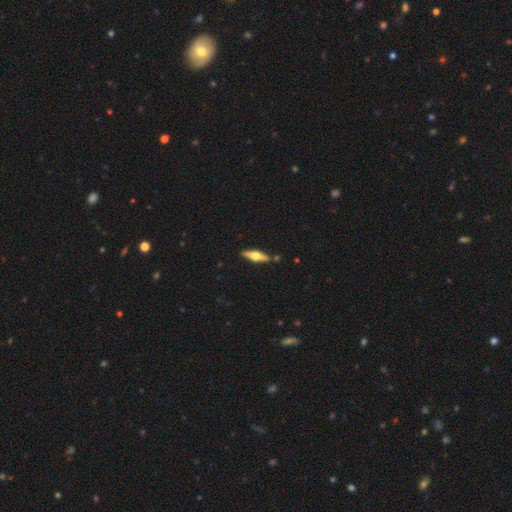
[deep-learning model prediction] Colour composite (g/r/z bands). It shows a featured or disk galaxy (55%) viewed edge-on (92%) with a rounded central bulge (94%). Merging: none (84%).